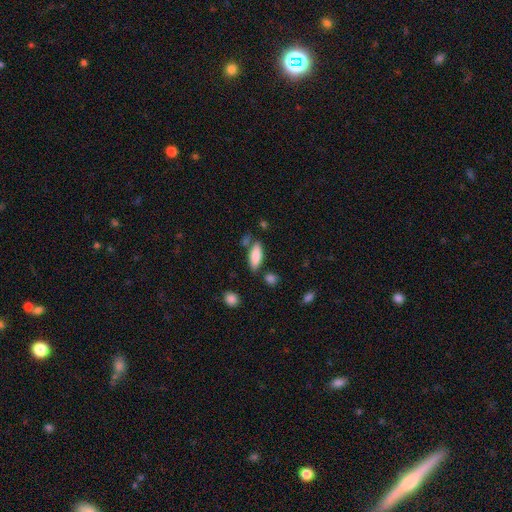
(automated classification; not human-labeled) smooth-or-featured: smooth: 83% | featured or disk: 10% | star or artifact: 7%
  how-rounded: in between: 71% | cigar-shaped: 27% | round: 2%
  merging: none: 72% | minor disturbance: 16% | merger: 8% | major disturbance: 4%